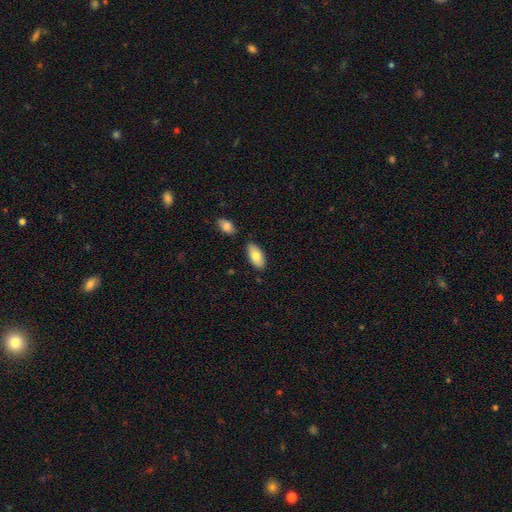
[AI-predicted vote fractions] This is likely a smooth galaxy (79%). How rounded: clearly in between (92%). Merging: clearly none (81%).